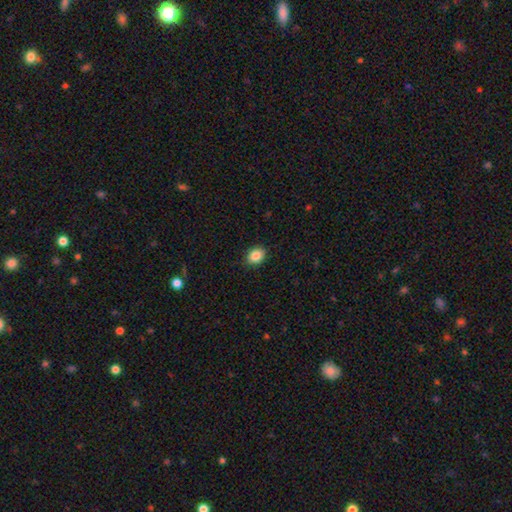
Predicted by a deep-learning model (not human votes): Q: Smooth or featured?
A: smooth (86%); runner-up: star or artifact (9%)
Q: How rounded?
A: in between (58%); runner-up: round (41%)
Q: Merging?
A: none (89%); runner-up: minor disturbance (8%)